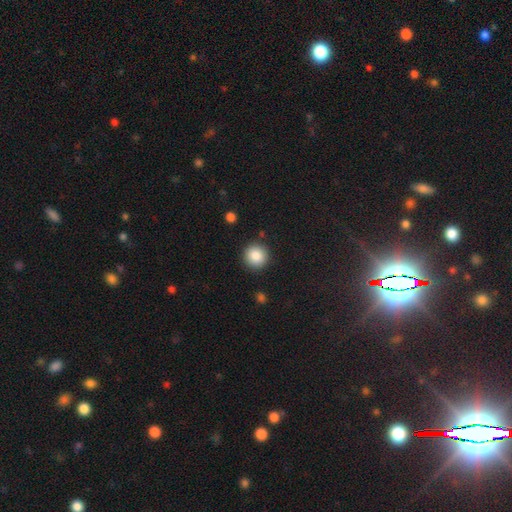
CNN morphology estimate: Smooth or featured? Predicted: smooth (p=0.86). How rounded? Predicted: round (p=0.94). Merging? Predicted: none (p=0.90).